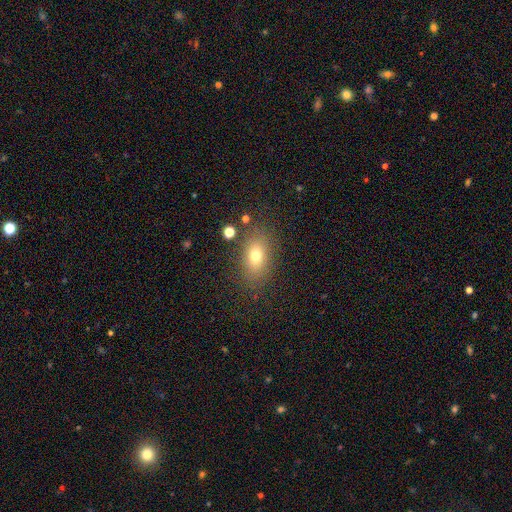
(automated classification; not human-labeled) smooth 73%, featured or disk 15%, star or artifact 12%. Down the decision tree: how rounded — in between (82%); merging — none (80%).